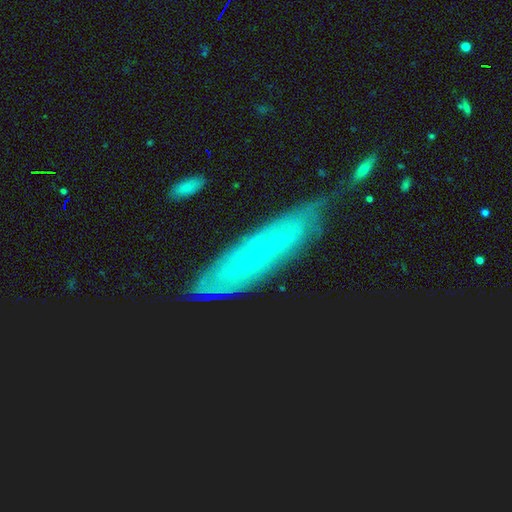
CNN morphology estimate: Smooth or featured? featured or disk (60%)
Edge-on disk? no (72%)
Merging? none (68%)